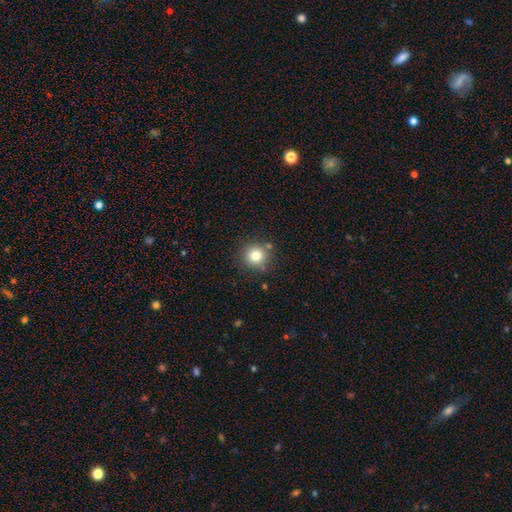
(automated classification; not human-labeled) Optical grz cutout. It shows a smooth galaxy with no disk features (79%) that is round (93%). Merging: none (82%).